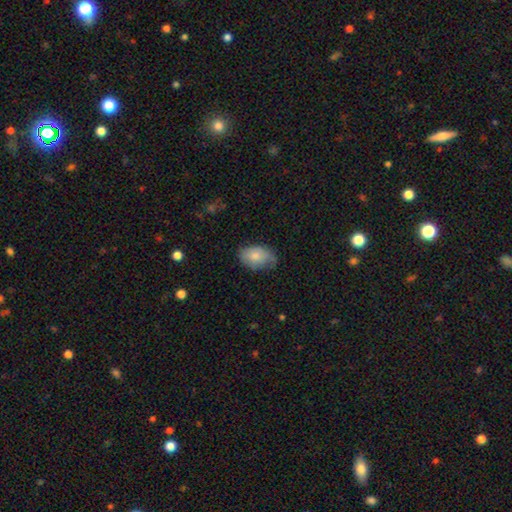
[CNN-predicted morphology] smooth_or_featured: smooth (p=0.74) [alt: featured or disk p=0.20]
how_rounded: in between (p=0.88) [alt: round p=0.11]
merging: none (p=0.52) [alt: minor disturbance p=0.35]